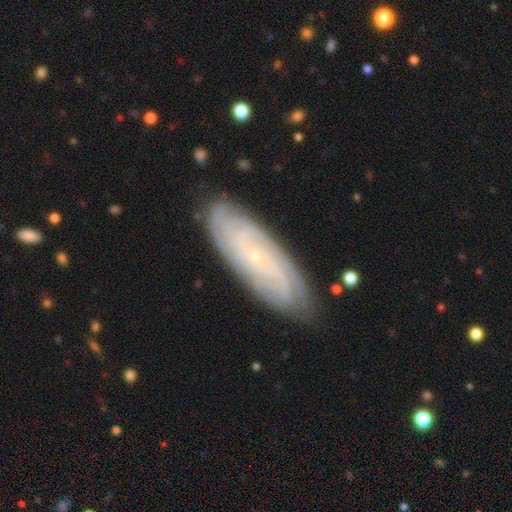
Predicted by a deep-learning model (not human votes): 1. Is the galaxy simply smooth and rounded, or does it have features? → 80% featured or disk, 14% smooth, 6% star or artifact.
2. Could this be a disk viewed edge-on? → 89% no, 11% yes.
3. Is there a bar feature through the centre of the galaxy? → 76% no, 19% weak, 5% strong.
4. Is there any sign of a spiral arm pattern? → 96% yes, 4% no.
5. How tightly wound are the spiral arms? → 76% tight, 19% medium, 5% loose.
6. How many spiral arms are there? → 39% can't tell, 19% 4, 12% 2, 12% 3, 11% more than 4, 6% 1.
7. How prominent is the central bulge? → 88% small, 9% moderate, 2% none, 1% large, 1% dominant.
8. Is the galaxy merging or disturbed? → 84% none, 12% minor disturbance, 2% major disturbance, 1% merger.